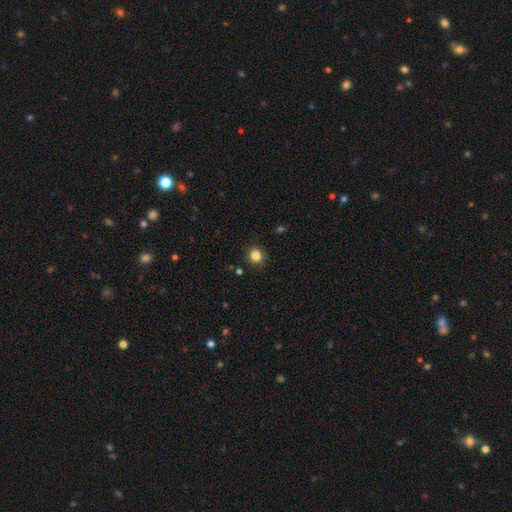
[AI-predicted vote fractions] Smooth or featured? smooth (84%)
How rounded? round (86%)
Merging? none (89%)